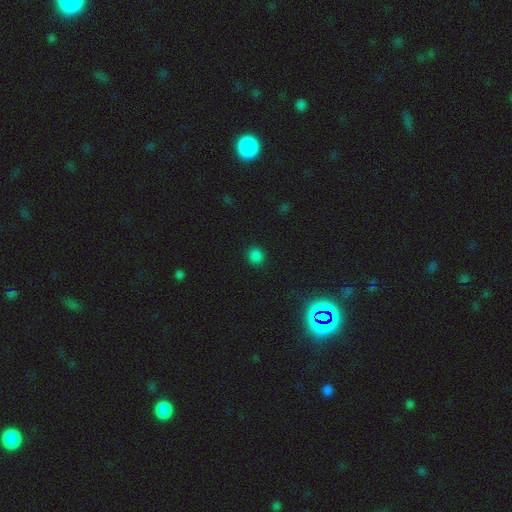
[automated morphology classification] Q: Smooth or featured?
A: smooth (79%); runner-up: star or artifact (17%)
Q: How rounded?
A: round (86%); runner-up: in between (13%)
Q: Merging?
A: none (90%); runner-up: minor disturbance (6%)